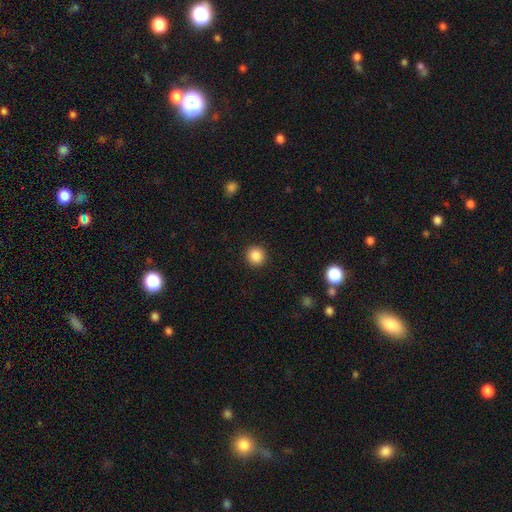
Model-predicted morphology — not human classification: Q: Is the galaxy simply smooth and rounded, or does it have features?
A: smooth — 87%.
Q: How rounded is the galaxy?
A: round — 94%.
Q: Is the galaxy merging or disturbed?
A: none — 92%.